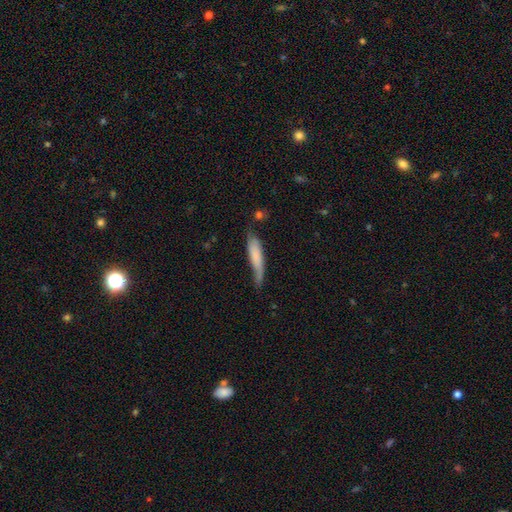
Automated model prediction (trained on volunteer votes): The model was most divided on "merging": none: 40%, minor disturbance: 39%, major disturbance: 16%, merger: 5%. More confident: how rounded — cigar-shaped (78%); smooth or featured — smooth (70%).